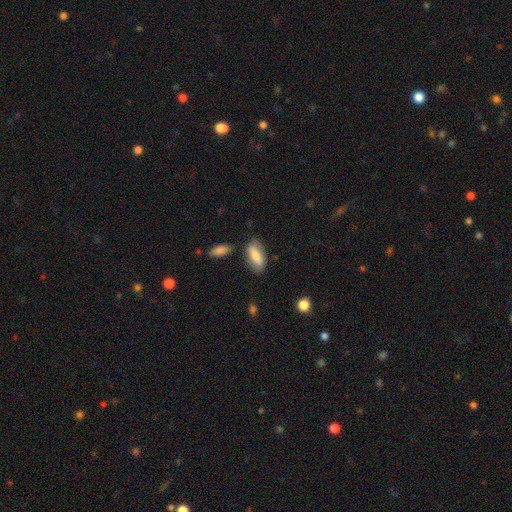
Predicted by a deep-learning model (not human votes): smooth 77%, featured or disk 17%, star or artifact 6%. Down the decision tree: how rounded — in between (82%); merging — none (75%).